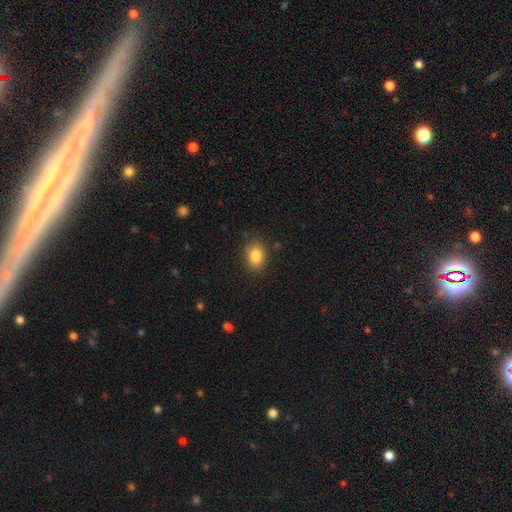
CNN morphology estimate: Smooth or featured? smooth (85%)
How rounded? in between (57%)
Merging? none (84%)